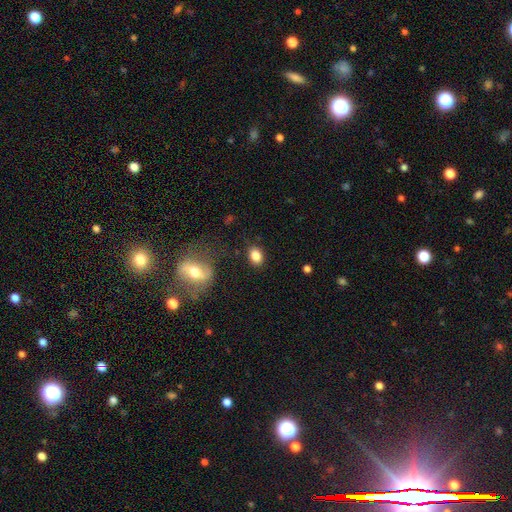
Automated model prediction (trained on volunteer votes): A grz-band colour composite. It shows a smooth galaxy with no disk features (84%) that is in between round and cigar-shaped (70%). Merging: none (84%).